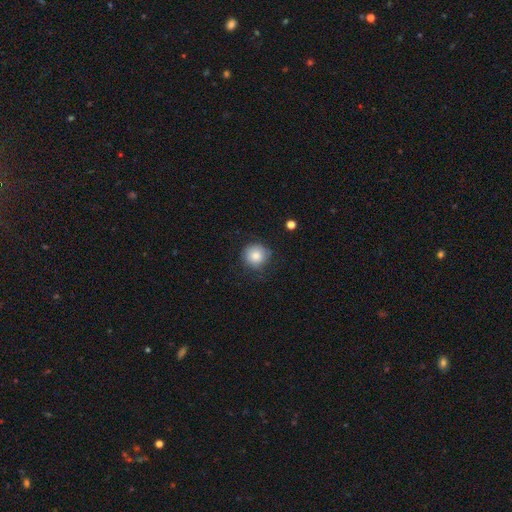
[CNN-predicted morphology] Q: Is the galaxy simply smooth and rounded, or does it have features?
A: smooth — 82%.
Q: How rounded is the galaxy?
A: round — 92%.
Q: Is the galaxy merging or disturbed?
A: none — 73%.